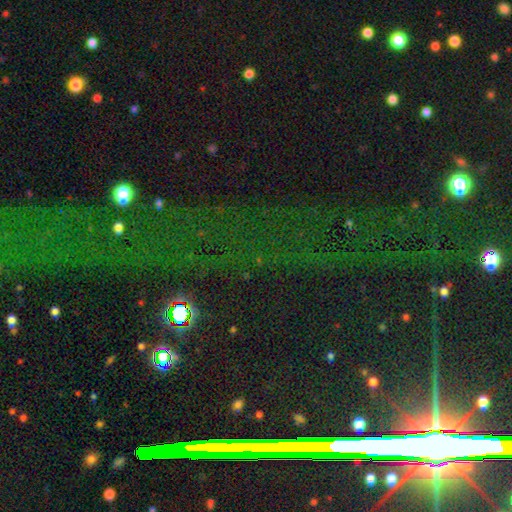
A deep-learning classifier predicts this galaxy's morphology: smooth-or-featured: star or artifact: 77% | smooth: 12% | featured or disk: 11%